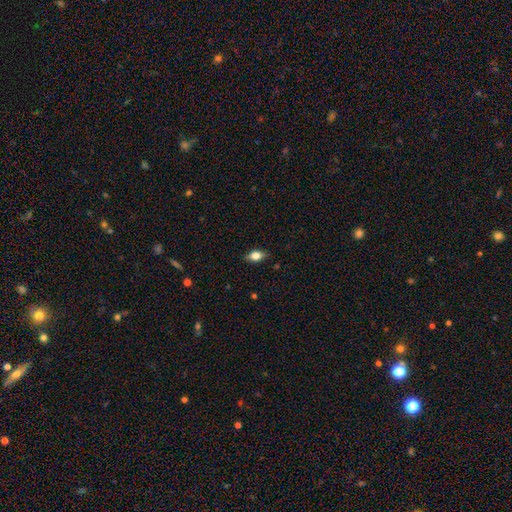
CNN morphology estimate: type=smooth (74%); roundness=in between (84%); merging=none (85%).